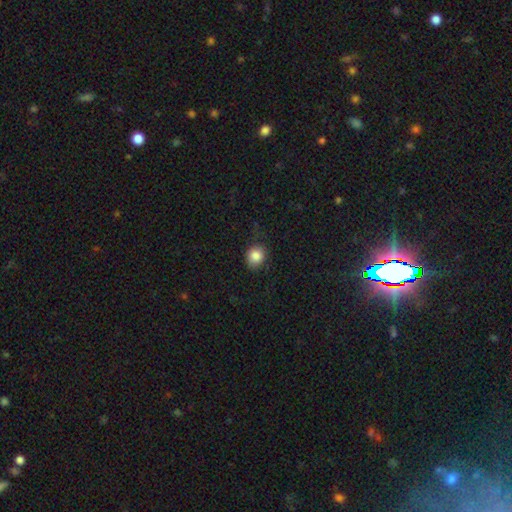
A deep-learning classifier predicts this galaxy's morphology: smooth-or-featured: smooth: 85% | star or artifact: 10% | featured or disk: 5%
  how-rounded: round: 74% | in between: 25% | cigar-shaped: 1%
  merging: none: 76% | minor disturbance: 18% | major disturbance: 5% | merger: 1%